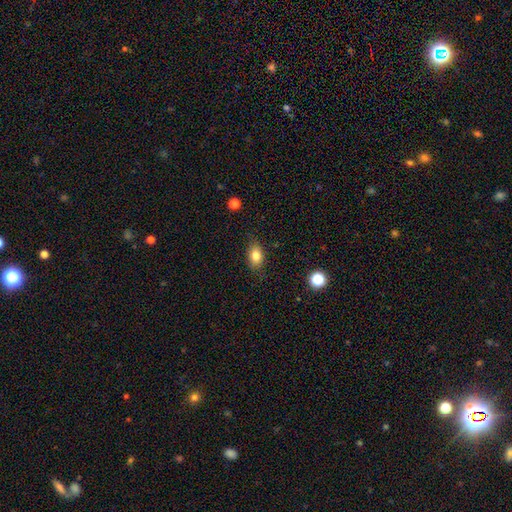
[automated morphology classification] smooth_or_featured: smooth (p=0.81) [alt: star or artifact p=0.10]
how_rounded: in between (p=0.81) [alt: round p=0.17]
merging: none (p=0.83) [alt: minor disturbance p=0.13]